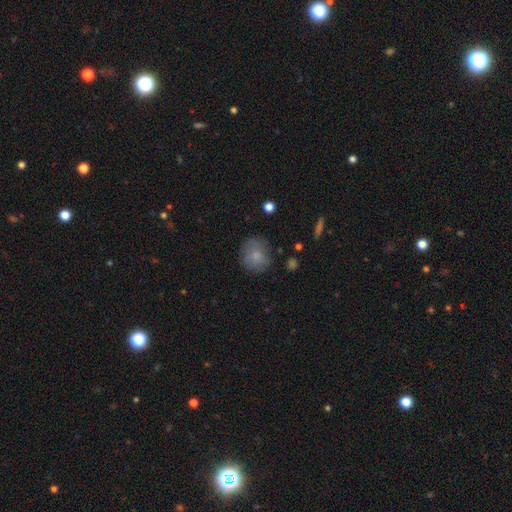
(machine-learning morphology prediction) This is likely a smooth galaxy (75%). How rounded: likely round (74%). Merging: likely none (68%).